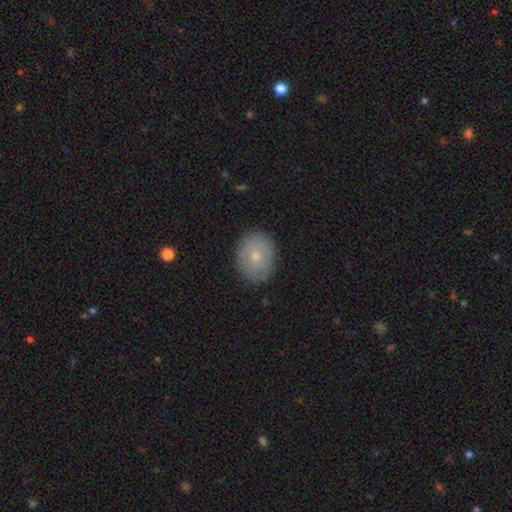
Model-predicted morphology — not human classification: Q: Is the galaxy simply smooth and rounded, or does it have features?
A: smooth — 67%.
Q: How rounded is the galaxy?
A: in between — 56%.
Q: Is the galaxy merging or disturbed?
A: none — 85%.